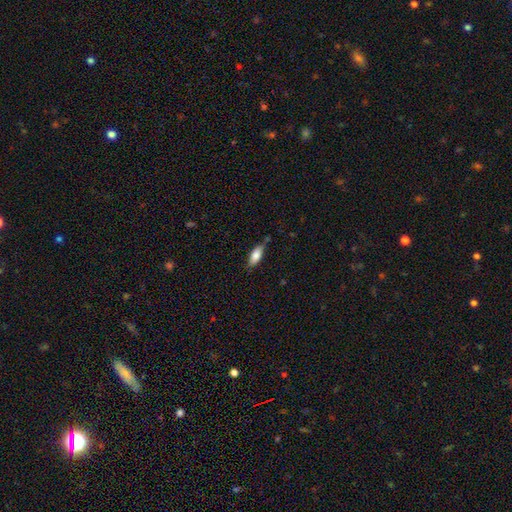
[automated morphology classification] Smooth or featured?
  - smooth: 76% *
  - featured or disk: 18%
  - star or artifact: 6%
How rounded?
  - in between: 71% *
  - cigar-shaped: 26%
  - round: 2%
Merging?
  - none: 68% *
  - minor disturbance: 24%
  - major disturbance: 5%
  - merger: 4%